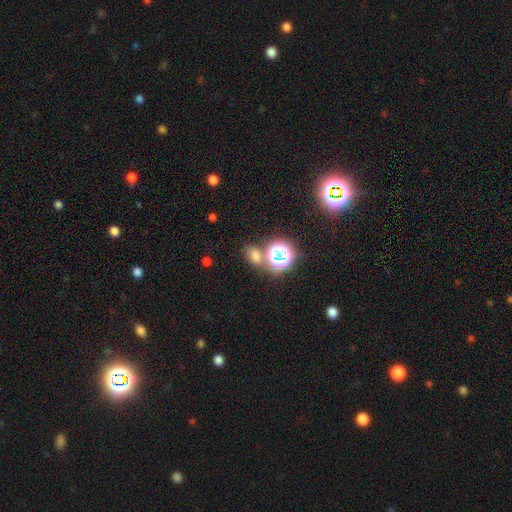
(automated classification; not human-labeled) Morphology: type=smooth (61%); roundness=in between (62%); merging=none (66%).